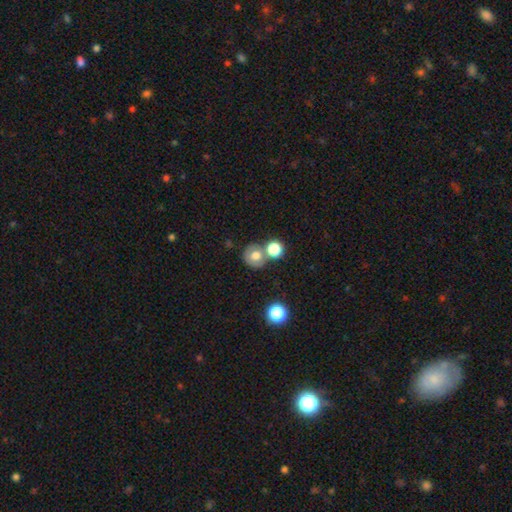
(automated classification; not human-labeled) Smooth or featured: smooth — 66% (featured or disk — 23%)
How rounded: round — 80% (in between — 19%)
Merging: none — 53% (merger — 30%)